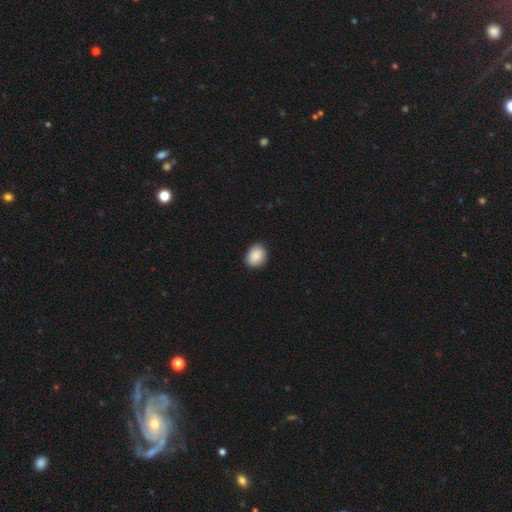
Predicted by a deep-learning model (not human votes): Overall: smooth (89%). How rounded: round (52%; in between 47%). Merging: none (84%).